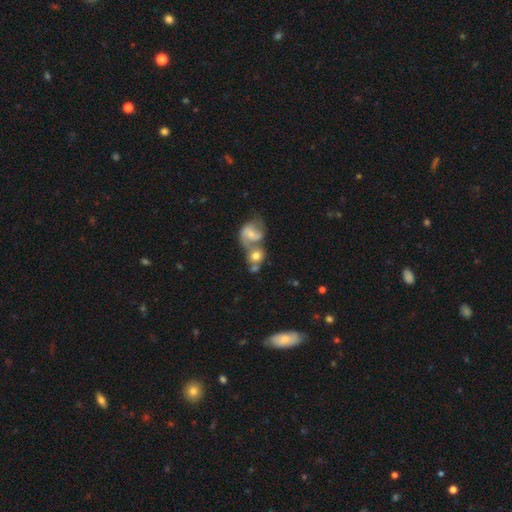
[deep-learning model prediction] smooth_or_featured: smooth (p=0.54) [alt: featured or disk p=0.37]
how_rounded: round (p=0.65) [alt: in between p=0.33]
merging: merger (p=0.60) [alt: none p=0.25]